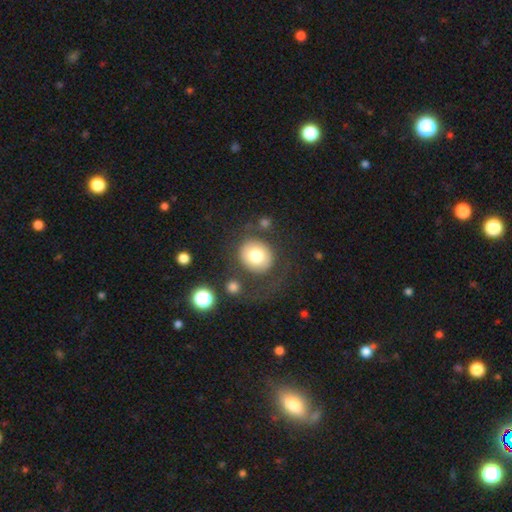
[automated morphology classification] smooth-or-featured: smooth: 74% | featured or disk: 17% | star or artifact: 9%
  how-rounded: round: 81% | in between: 18% | cigar-shaped: 1%
  merging: none: 69% | major disturbance: 13% | minor disturbance: 13% | merger: 5%